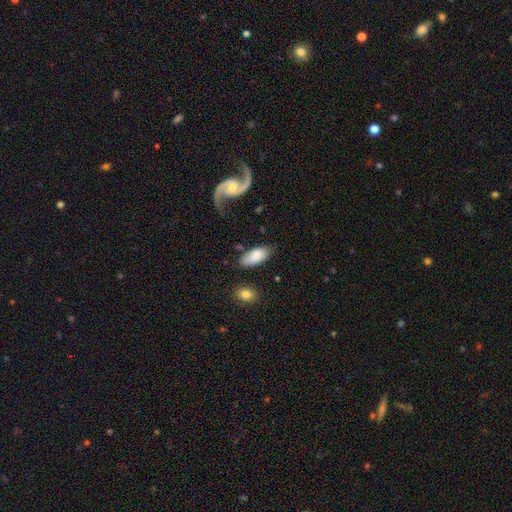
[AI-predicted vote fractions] The model was most divided on "merging": none: 66%, minor disturbance: 21%, major disturbance: 7%, merger: 5%. More confident: how rounded — in between (91%); smooth or featured — smooth (77%).